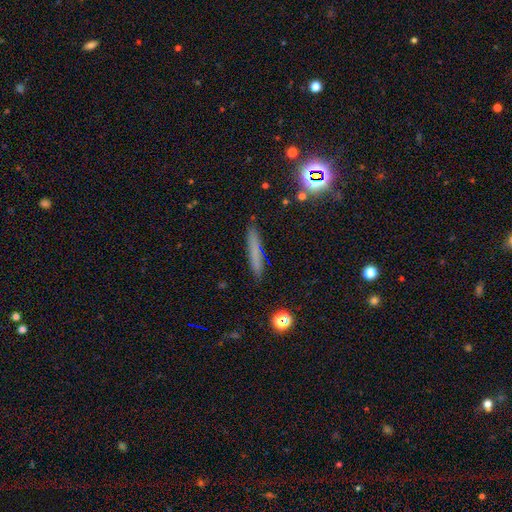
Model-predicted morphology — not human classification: This appears to be a smooth galaxy with no disk features (66%) that is cigar-shaped (91%). Merging: none (86%).